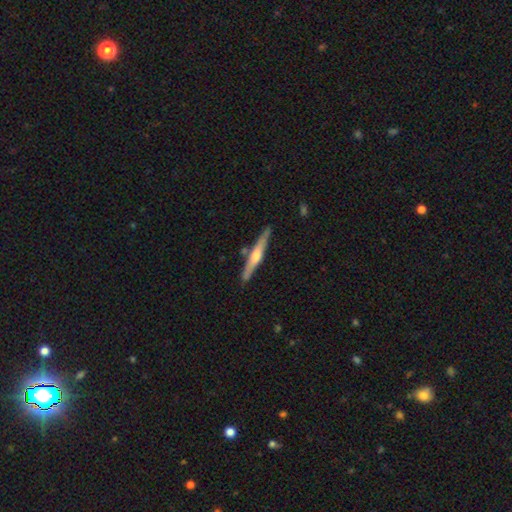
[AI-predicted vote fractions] Q: Smooth or featured?
A: featured or disk (65%); runner-up: smooth (29%)
Q: Edge-on disk?
A: yes (97%); runner-up: no (3%)
Q: Edge-on bulge?
A: rounded (84%); runner-up: none (9%)
Q: Merging?
A: none (86%); runner-up: minor disturbance (9%)